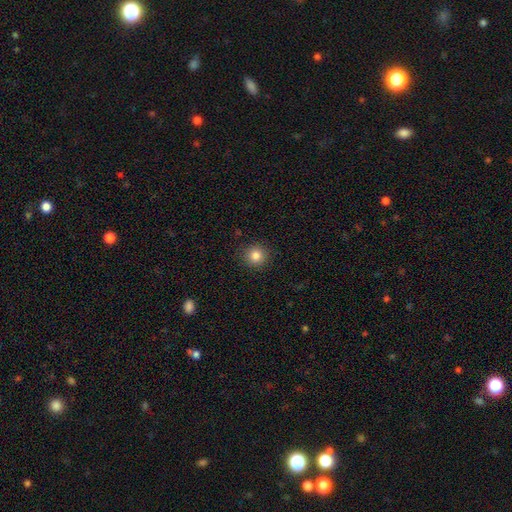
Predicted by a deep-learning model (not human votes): This appears to be a smooth galaxy with no disk features (83%) that is round (94%). Merging: none (91%).